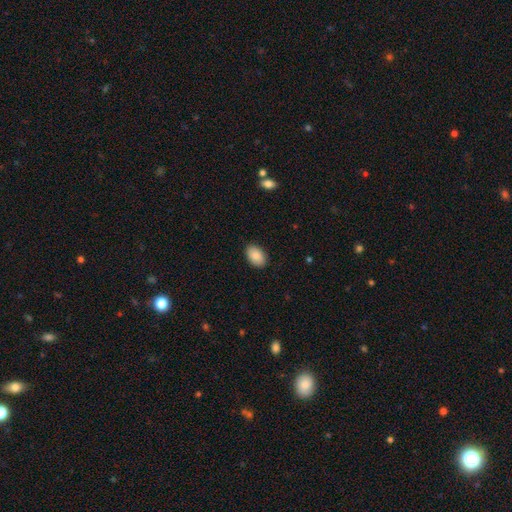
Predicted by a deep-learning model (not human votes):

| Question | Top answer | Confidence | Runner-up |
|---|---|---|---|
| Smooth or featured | smooth | 88% | star or artifact (7%) |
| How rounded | in between | 88% | round (11%) |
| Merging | none | 88% | minor disturbance (9%) |